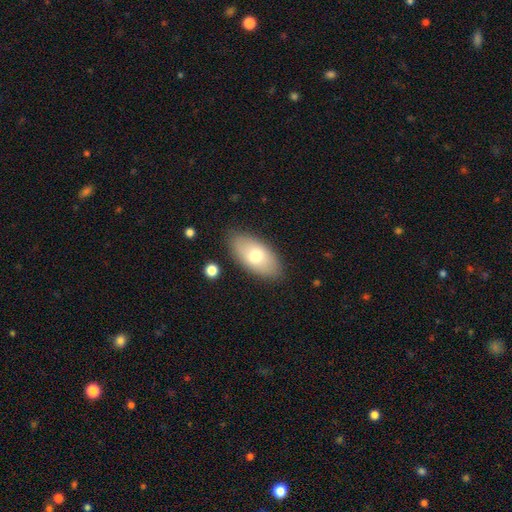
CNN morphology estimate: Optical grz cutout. It shows a smooth galaxy with no disk features (70%) that is in between round and cigar-shaped (92%). Merging: none (85%).